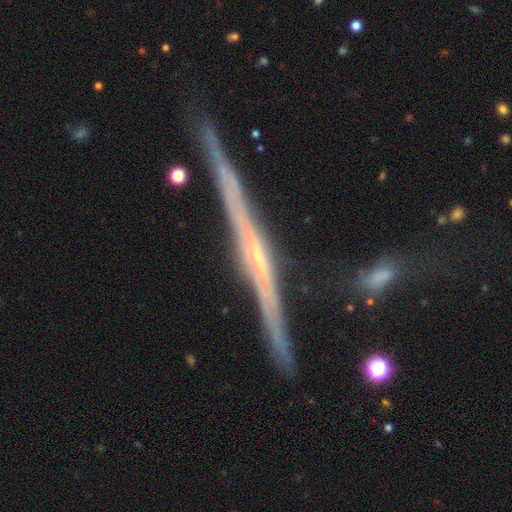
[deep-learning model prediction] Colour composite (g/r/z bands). It shows a featured or disk galaxy (84%) viewed edge-on (98%) with a rounded central bulge (47%). Merging: none (84%).